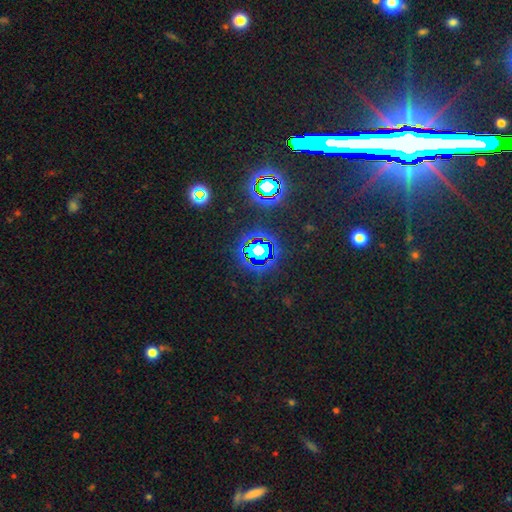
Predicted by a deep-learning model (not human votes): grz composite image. It shows a star or artifact, not a galaxy (80%).